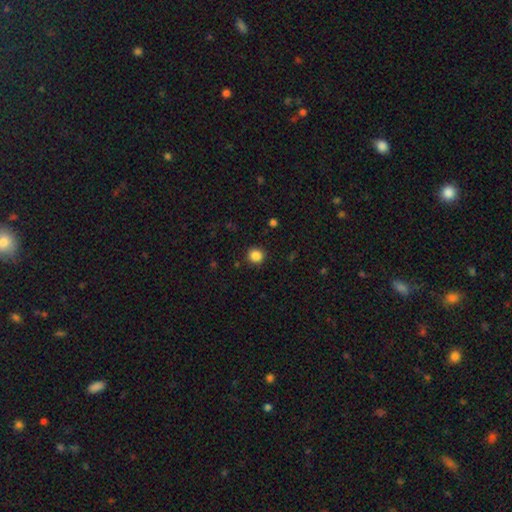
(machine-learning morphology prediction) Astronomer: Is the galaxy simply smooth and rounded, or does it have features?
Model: smooth — 86%.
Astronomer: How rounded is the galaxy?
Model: round — 92%.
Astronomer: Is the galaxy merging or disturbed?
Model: none — 91%.